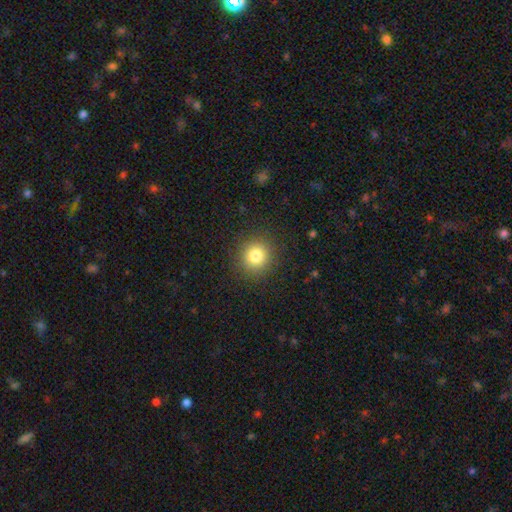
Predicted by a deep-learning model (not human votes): smooth_or_featured: smooth (p=0.81) [alt: star or artifact p=0.12]
how_rounded: round (p=0.93) [alt: in between p=0.06]
merging: none (p=0.90) [alt: minor disturbance p=0.06]